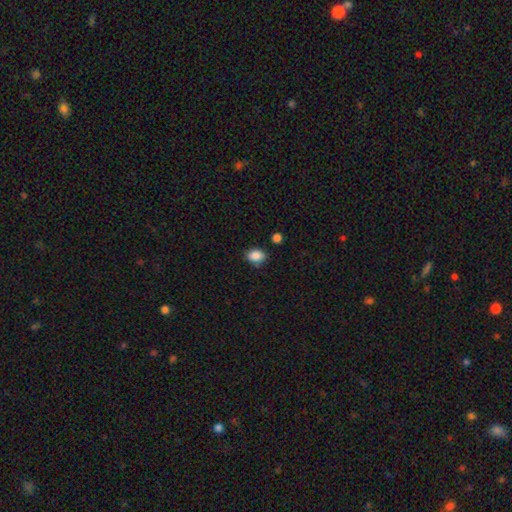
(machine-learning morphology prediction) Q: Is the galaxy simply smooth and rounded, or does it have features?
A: smooth — 87%.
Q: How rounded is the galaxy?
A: in between — 71%.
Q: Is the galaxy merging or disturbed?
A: none — 79%.